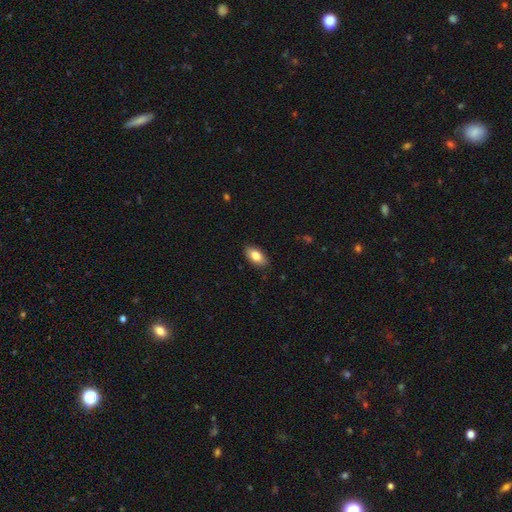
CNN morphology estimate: smooth-or-featured: smooth: 83% | featured or disk: 10% | star or artifact: 7%
  how-rounded: in between: 92% | cigar-shaped: 5% | round: 3%
  merging: none: 87% | minor disturbance: 10% | major disturbance: 2% | merger: 1%